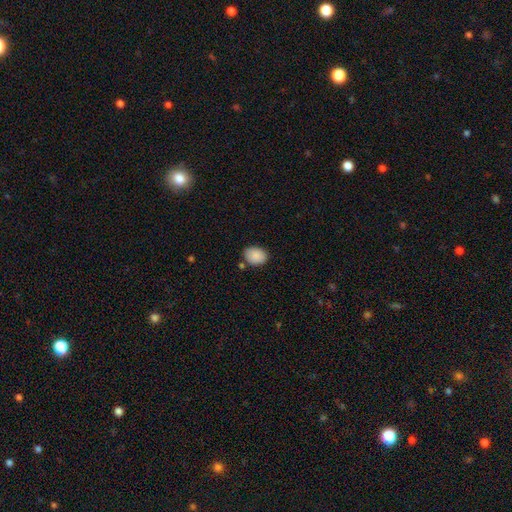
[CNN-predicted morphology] A smooth galaxy with no disk features (89%) that is in between round and cigar-shaped (72%). Merging: none (78%).